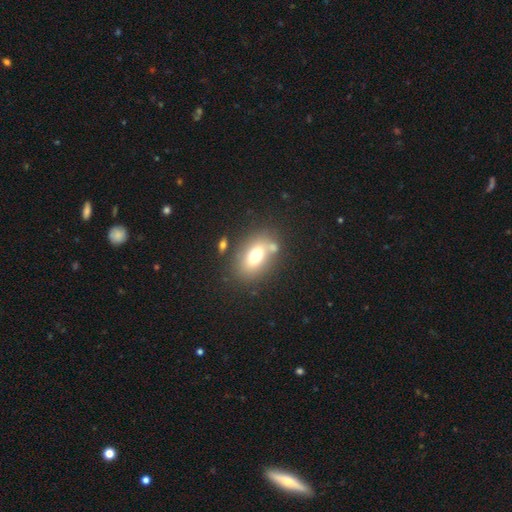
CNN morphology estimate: A smooth galaxy with no disk features (68%) that is in between round and cigar-shaped (81%).

Vote fractions:
- Smooth or featured? smooth: 68% / featured or disk: 21% / star or artifact: 11%
- How rounded? in between: 81% / round: 16% / cigar-shaped: 3%
- Merging? none: 65% / minor disturbance: 14% / merger: 14% / major disturbance: 6%